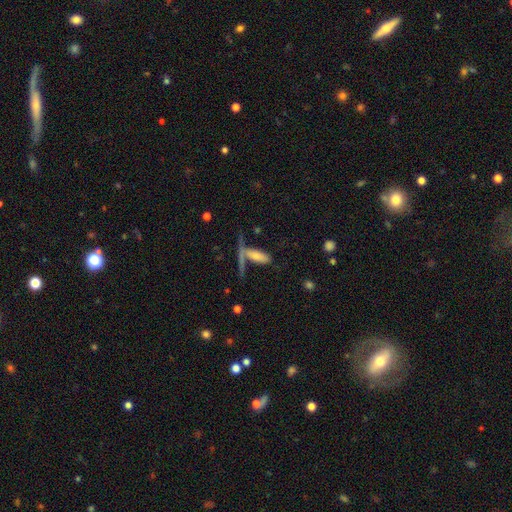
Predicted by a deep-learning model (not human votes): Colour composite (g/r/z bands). It shows a smooth galaxy with no disk features (66%) that is in between round and cigar-shaped (58%). Merging: none (40%).